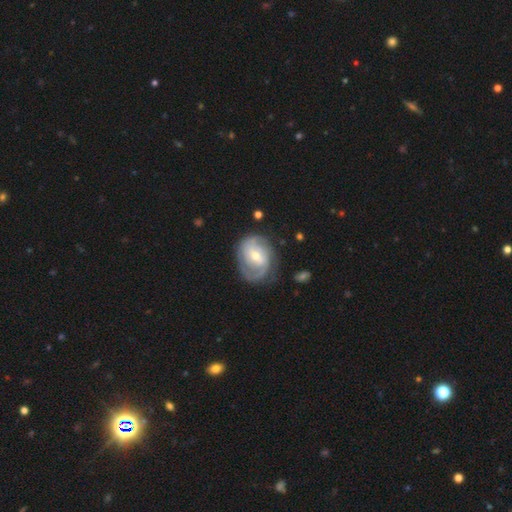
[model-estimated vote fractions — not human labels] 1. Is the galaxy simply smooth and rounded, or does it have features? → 80% featured or disk, 15% smooth, 5% star or artifact.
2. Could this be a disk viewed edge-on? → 97% no, 3% yes.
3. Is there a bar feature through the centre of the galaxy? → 48% weak, 38% no, 14% strong.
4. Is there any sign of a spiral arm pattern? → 91% yes, 9% no.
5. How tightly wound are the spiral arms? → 50% tight, 36% medium, 13% loose.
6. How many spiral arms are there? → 53% 2, 23% can't tell, 11% 3, 7% 1, 3% 4, 3% more than 4.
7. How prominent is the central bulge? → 53% moderate, 42% small, 3% large, 1% none, 1% dominant.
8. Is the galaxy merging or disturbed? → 66% none, 21% minor disturbance, 11% major disturbance, 2% merger.